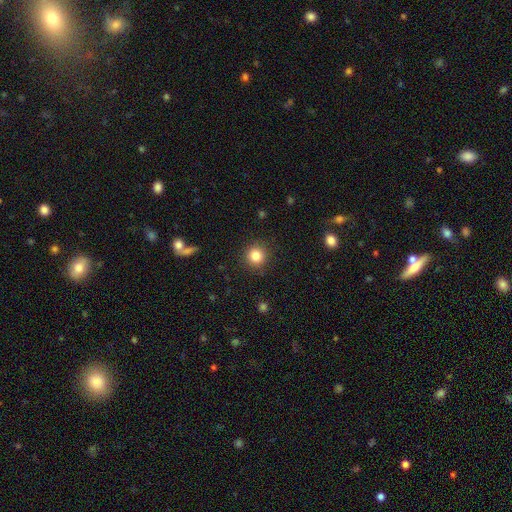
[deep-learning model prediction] Smooth or featured? Predicted: smooth (p=0.83). How rounded? Predicted: round (p=0.93). Merging? Predicted: none (p=0.91).